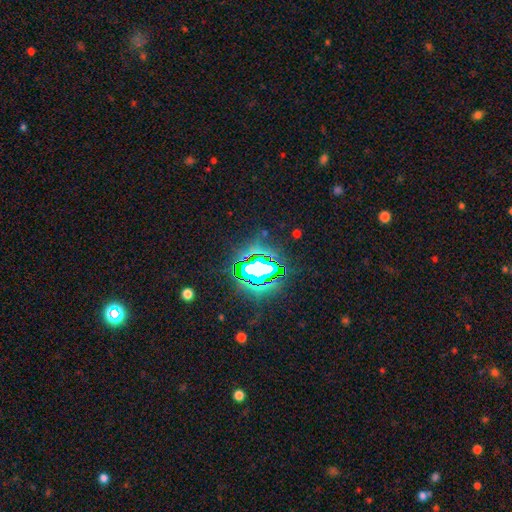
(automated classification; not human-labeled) smooth_or_featured: star or artifact (p=0.85) [alt: smooth p=0.09]